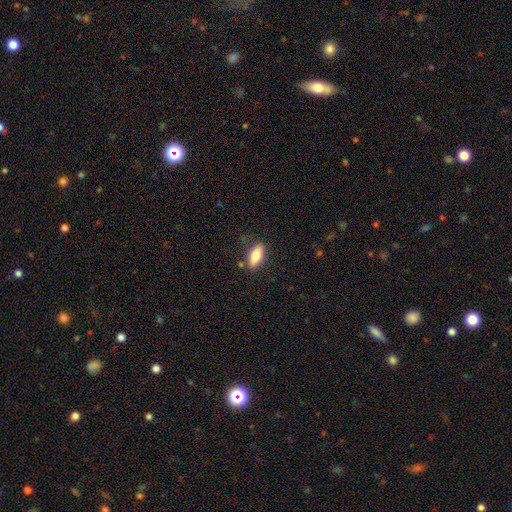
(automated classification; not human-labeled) This appears to be a smooth galaxy with no disk features (76%) that is in between round and cigar-shaped (80%). Merging: none (78%).